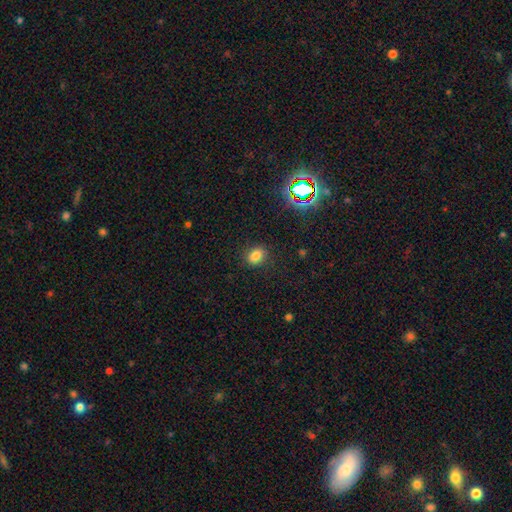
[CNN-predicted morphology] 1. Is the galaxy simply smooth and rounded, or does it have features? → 80% smooth, 14% star or artifact, 7% featured or disk.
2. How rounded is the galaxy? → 58% in between, 41% round, 1% cigar-shaped.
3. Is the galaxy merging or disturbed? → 86% none, 10% minor disturbance, 3% major disturbance, 1% merger.